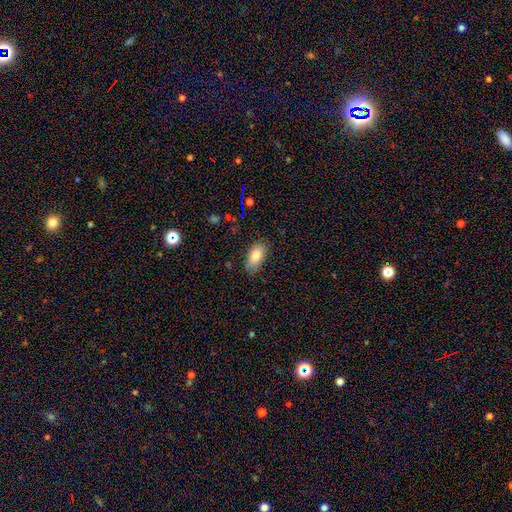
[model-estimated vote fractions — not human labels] smooth 82%, featured or disk 11%, star or artifact 7%. Down the decision tree: how rounded — in between (92%); merging — none (79%).